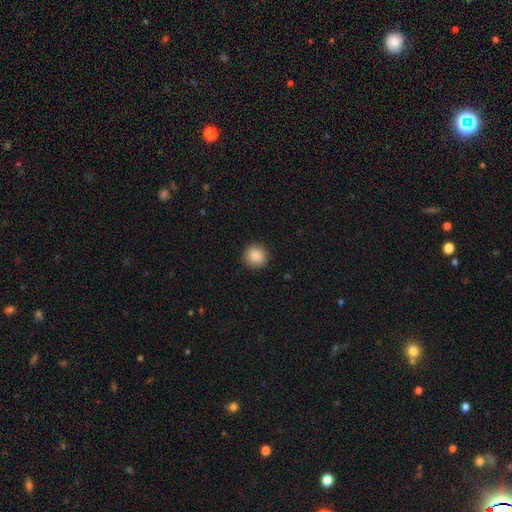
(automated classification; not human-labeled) Overall: smooth (88%). How rounded: round (91%). Merging: none (91%).